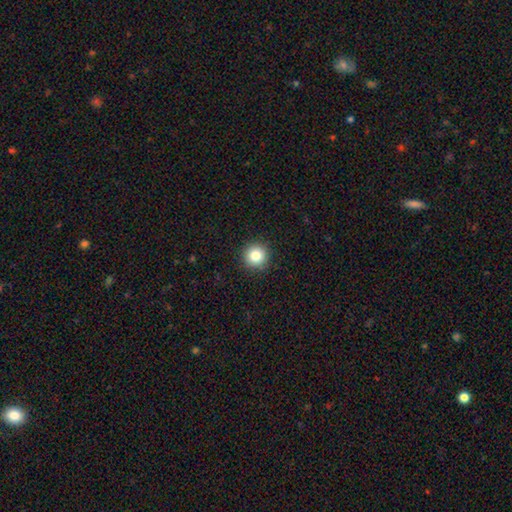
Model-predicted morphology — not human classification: A smooth galaxy with no disk features (83%) that is round (95%). Merging: none (92%).